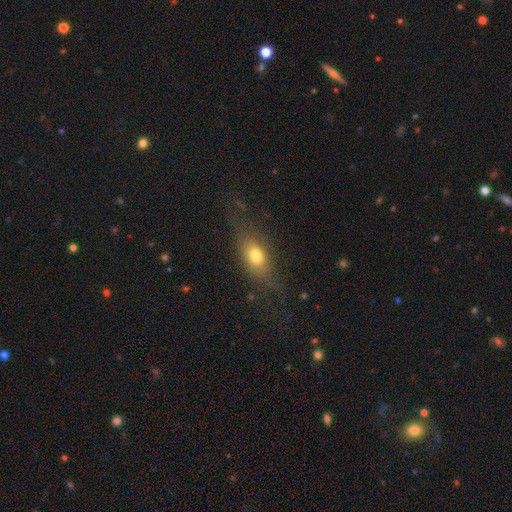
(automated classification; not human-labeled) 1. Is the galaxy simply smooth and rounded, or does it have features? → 68% smooth, 21% featured or disk, 11% star or artifact.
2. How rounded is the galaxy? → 70% in between, 16% round, 14% cigar-shaped.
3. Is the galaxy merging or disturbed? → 64% none, 19% minor disturbance, 15% major disturbance, 2% merger.